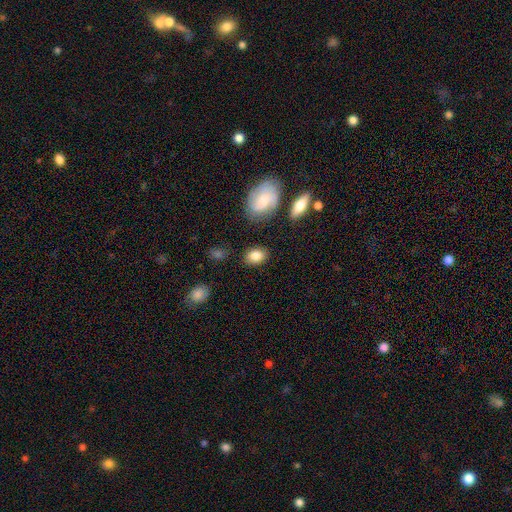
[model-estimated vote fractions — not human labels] smooth-or-featured: smooth: 83% | featured or disk: 10% | star or artifact: 7%
  how-rounded: in between: 78% | round: 20% | cigar-shaped: 2%
  merging: none: 82% | minor disturbance: 12% | major disturbance: 3% | merger: 3%